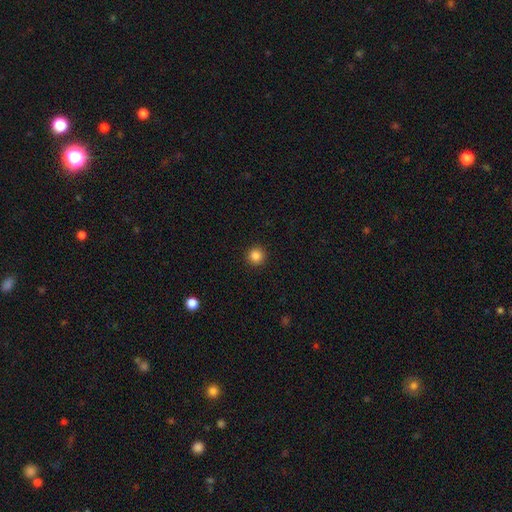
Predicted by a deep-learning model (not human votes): Smooth or featured? smooth (85%)
How rounded? round (96%)
Merging? none (93%)